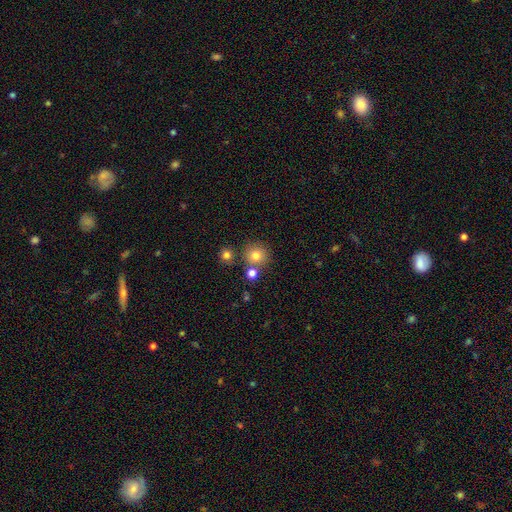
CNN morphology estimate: The model was most divided on "merging": none: 73%, merger: 16%, minor disturbance: 8%, major disturbance: 3%. More confident: how rounded — round (92%); smooth or featured — smooth (78%).